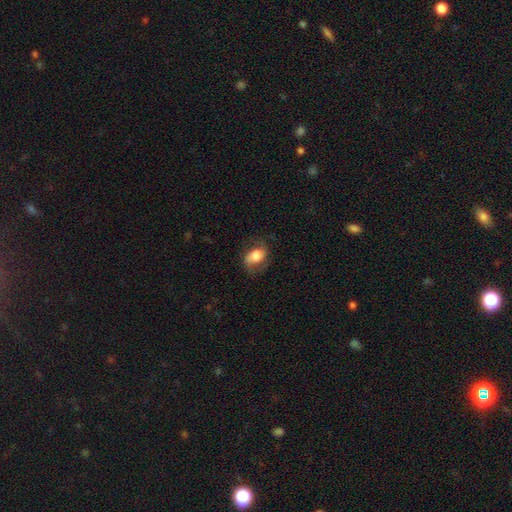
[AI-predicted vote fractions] This is likely a smooth galaxy (61%). How rounded: likely in between (80%). Merging: likely none (61%).